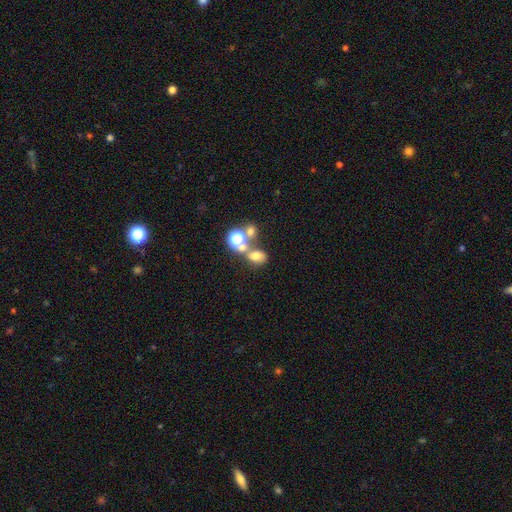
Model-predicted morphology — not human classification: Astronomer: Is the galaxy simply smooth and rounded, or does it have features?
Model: smooth — 66%.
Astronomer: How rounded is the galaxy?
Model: in between — 56% (runner-up: round, 42%).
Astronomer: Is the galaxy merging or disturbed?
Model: none — 44% (runner-up: merger, 38%).